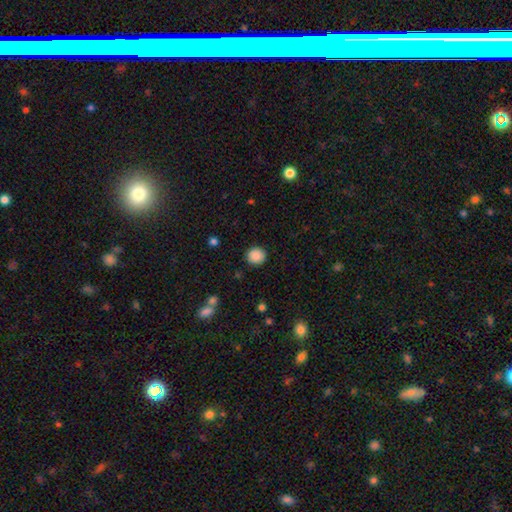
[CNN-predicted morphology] smooth 88%, star or artifact 9%, featured or disk 3%. Down the decision tree: how rounded — round (91%); merging — none (90%).